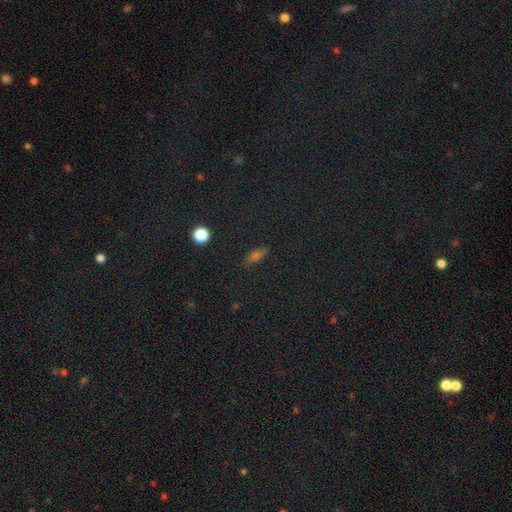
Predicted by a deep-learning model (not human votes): Smooth or featured? smooth (63%)
How rounded? in between (62%)
Merging? none (85%)